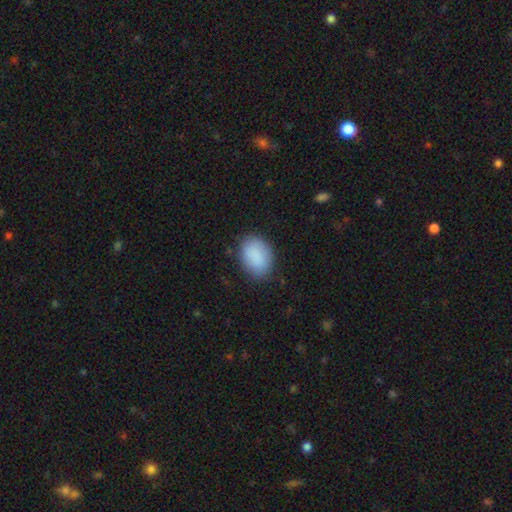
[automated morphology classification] A smooth galaxy with no disk features (88%) that is in between round and cigar-shaped (70%). Merging: none (81%).